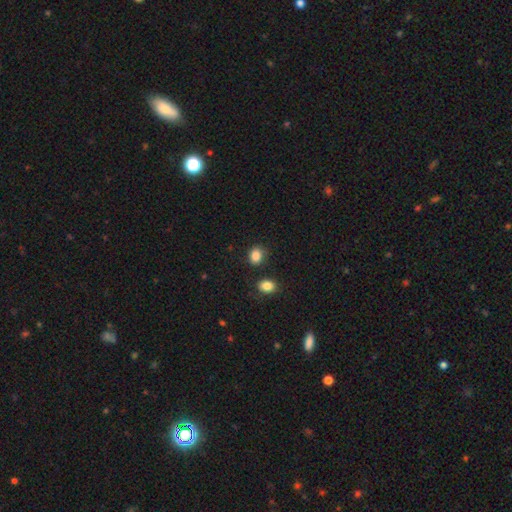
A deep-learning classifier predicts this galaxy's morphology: Q: Smooth or featured?
A: smooth (87%); runner-up: star or artifact (10%)
Q: How rounded?
A: round (53%); runner-up: in between (46%)
Q: Merging?
A: none (78%); runner-up: minor disturbance (12%)